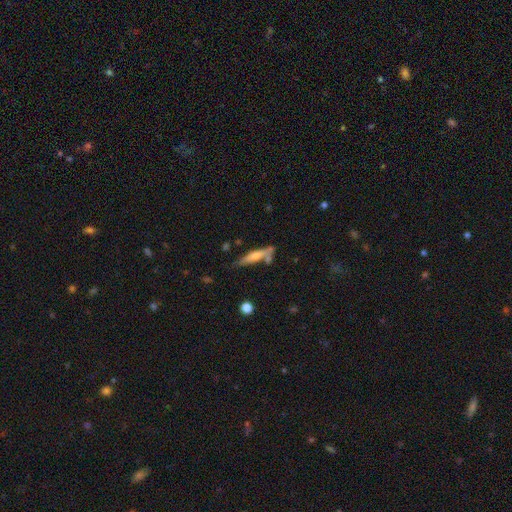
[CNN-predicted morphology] smooth_or_featured: smooth (p=0.52) [alt: featured or disk p=0.41]
how_rounded: cigar-shaped (p=0.86) [alt: in between p=0.13]
merging: none (p=0.64) [alt: minor disturbance p=0.19]